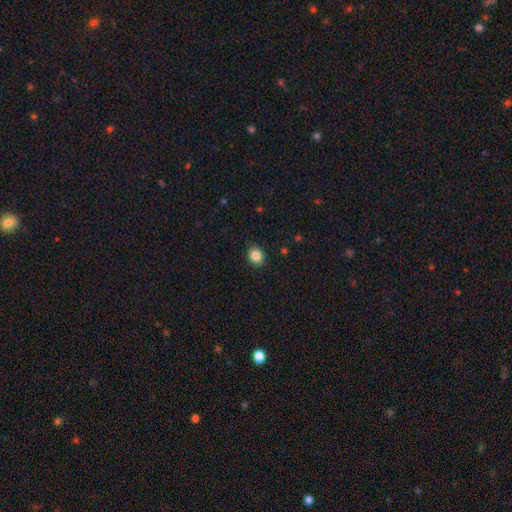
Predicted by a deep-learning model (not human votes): smooth-or-featured: smooth: 85% | star or artifact: 10% | featured or disk: 5%
  how-rounded: round: 61% | in between: 39% | cigar-shaped: 1%
  merging: none: 89% | minor disturbance: 8% | major disturbance: 2% | merger: 1%